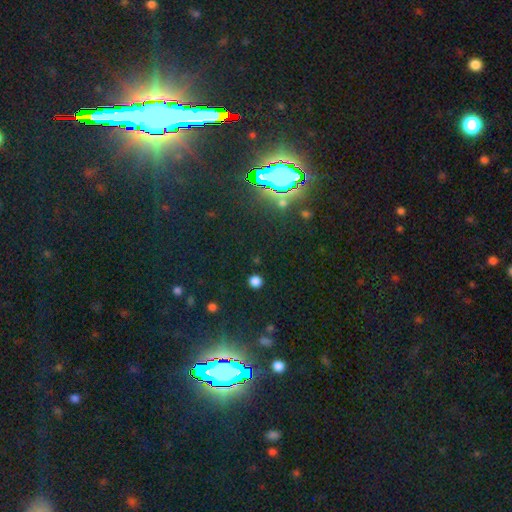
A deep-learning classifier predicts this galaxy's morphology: This is clearly a star or artifact rather than a galaxy (85%).